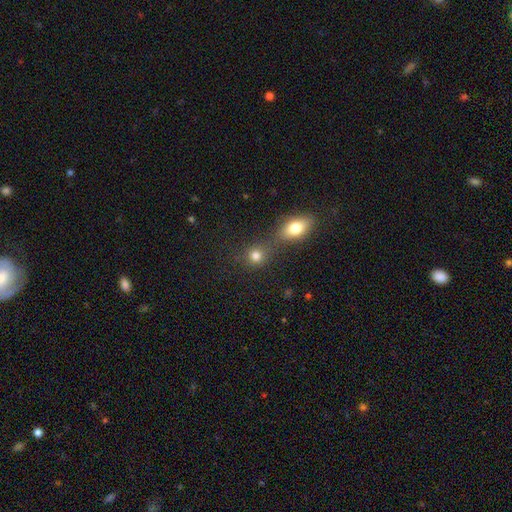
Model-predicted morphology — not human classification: Overall: smooth (80%). How rounded: round (80%). Merging: none (49%; merger 40%).